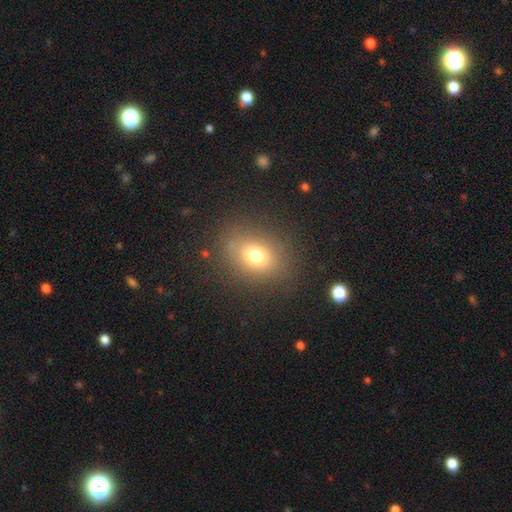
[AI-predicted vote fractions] Morphology: type=smooth (72%); roundness=in between (55%); merging=none (81%).